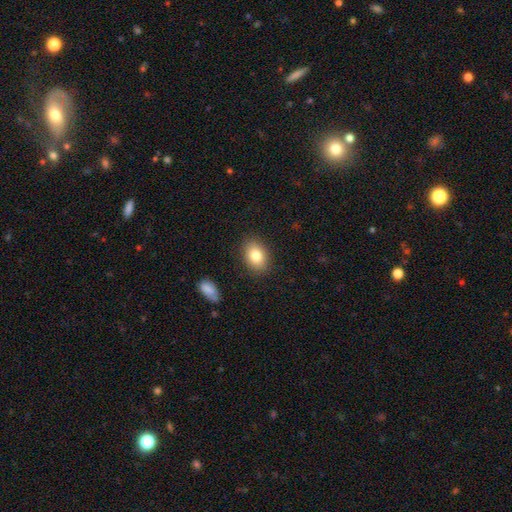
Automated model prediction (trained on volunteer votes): The model was most divided on "how rounded": in between: 79%, round: 19%, cigar-shaped: 1%. More confident: merging — none (87%); smooth or featured — smooth (82%).